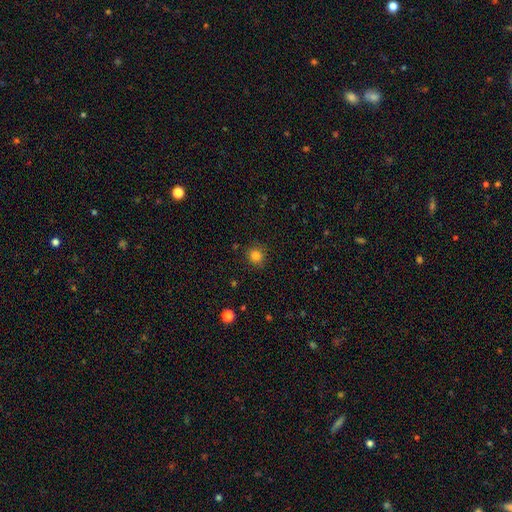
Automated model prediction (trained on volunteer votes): Smooth or featured? smooth (83%)
How rounded? round (88%)
Merging? none (87%)